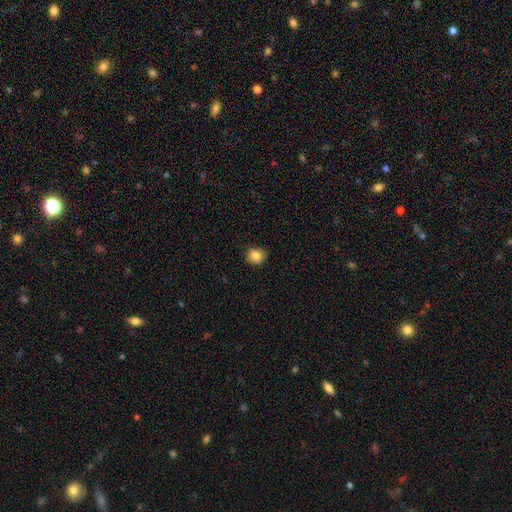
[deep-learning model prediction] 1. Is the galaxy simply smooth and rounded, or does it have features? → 84% smooth, 10% star or artifact, 6% featured or disk.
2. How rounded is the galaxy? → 78% round, 21% in between, 1% cigar-shaped.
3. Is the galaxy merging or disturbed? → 84% none, 13% minor disturbance, 2% major disturbance, 1% merger.